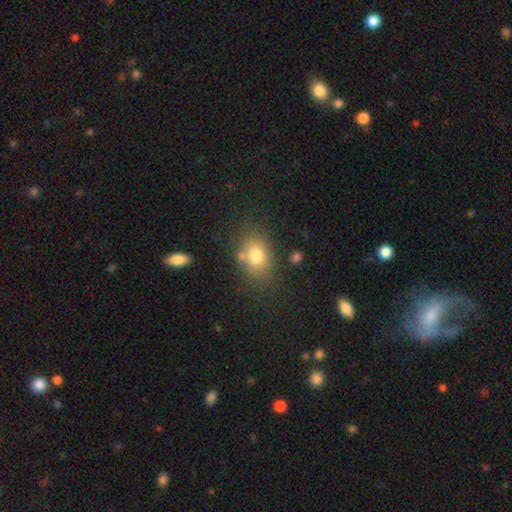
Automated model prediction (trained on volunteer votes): This is likely a smooth galaxy (76%). How rounded: likely in between (69%). Merging: likely none (70%).